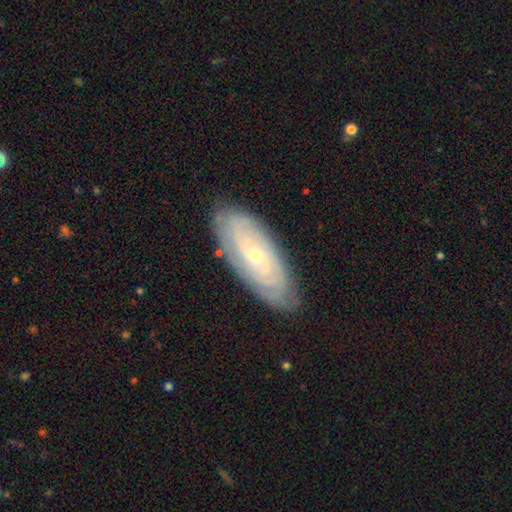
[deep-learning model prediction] The model was most divided on "spiral arm count": can't tell: 47%, 2: 18%, 3: 13%, 4: 11%, more than 4: 6%, 1: 5%. More confident: spiral arms — yes (92%); edge-on disk — no (90%); merging — none (83%); smooth or featured — featured or disk (79%); spiral winding — tight (77%); bulge size — small (71%); bar — no (70%).